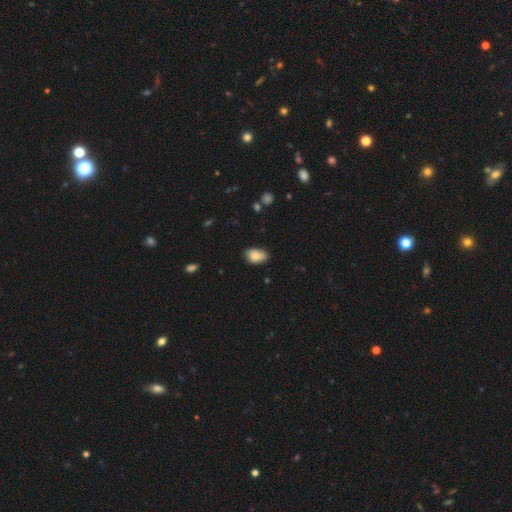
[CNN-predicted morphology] type=smooth (82%); roundness=in between (87%); merging=none (66%).